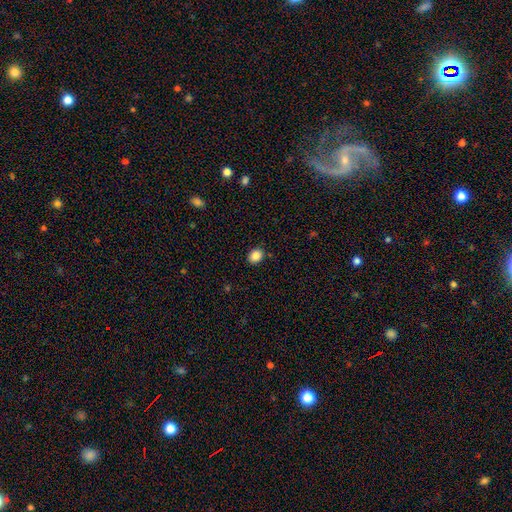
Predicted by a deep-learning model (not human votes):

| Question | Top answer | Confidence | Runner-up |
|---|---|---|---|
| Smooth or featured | smooth | 86% | star or artifact (10%) |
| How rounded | round | 56% | in between (43%) |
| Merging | none | 88% | minor disturbance (8%) |